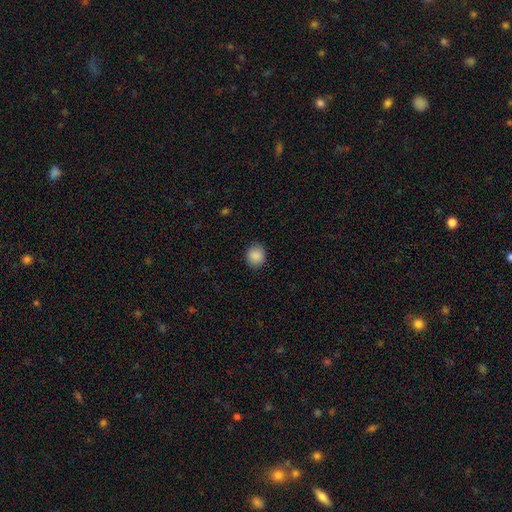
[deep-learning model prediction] Smooth or featured? Predicted: smooth (p=0.89). How rounded? Predicted: round (p=0.82). Merging? Predicted: none (p=0.90).